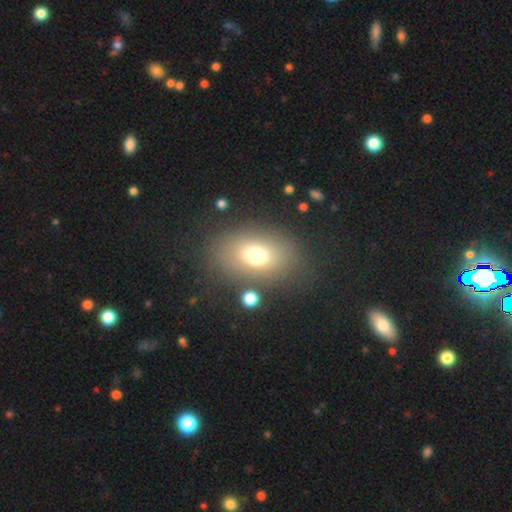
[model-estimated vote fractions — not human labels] Smooth or featured? Predicted: smooth (p=0.70). How rounded? Predicted: in between (p=0.75). Merging? Predicted: none (p=0.76).